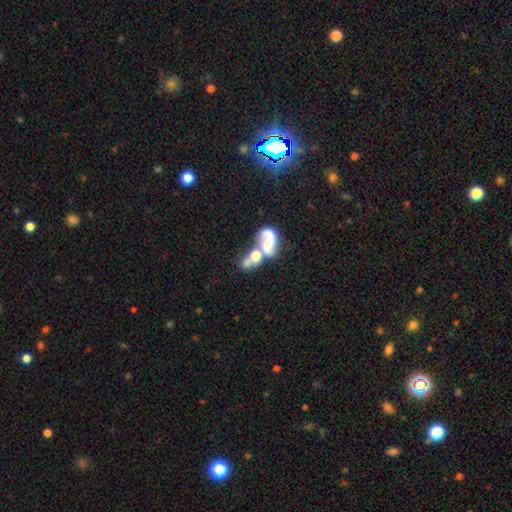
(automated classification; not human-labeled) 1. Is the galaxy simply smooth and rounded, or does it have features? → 53% featured or disk, 38% smooth, 9% star or artifact.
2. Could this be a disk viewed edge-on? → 96% no, 4% yes.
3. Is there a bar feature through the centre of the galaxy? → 60% no, 24% weak, 16% strong.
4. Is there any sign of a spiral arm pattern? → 60% yes, 40% no.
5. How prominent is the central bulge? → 34% none, 22% moderate, 21% large, 17% small, 7% dominant.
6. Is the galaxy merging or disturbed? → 73% merger, 12% none, 9% major disturbance, 6% minor disturbance.